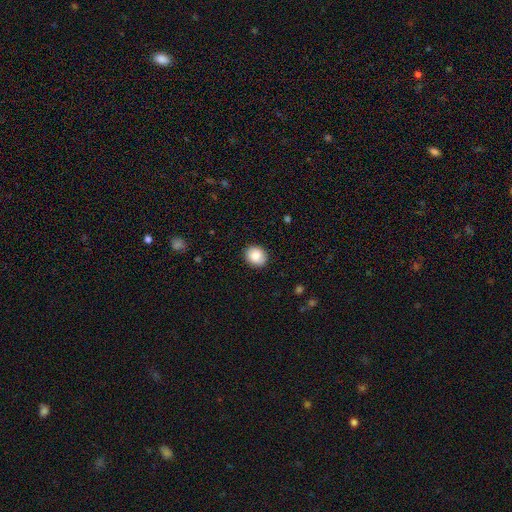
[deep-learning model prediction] smooth-or-featured: smooth: 84% | featured or disk: 8% | star or artifact: 8%
  how-rounded: round: 62% | in between: 37% | cigar-shaped: 1%
  merging: none: 89% | minor disturbance: 8% | major disturbance: 2% | merger: 1%